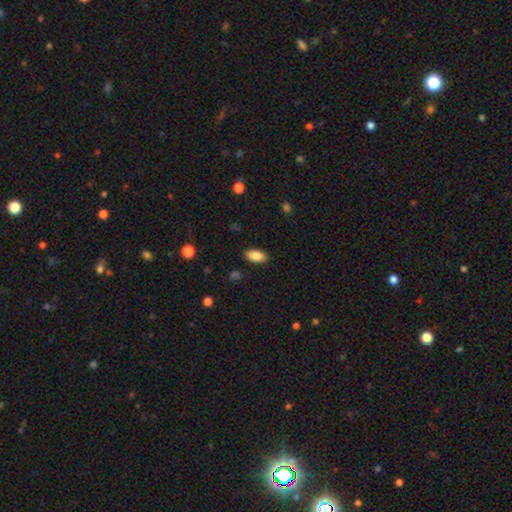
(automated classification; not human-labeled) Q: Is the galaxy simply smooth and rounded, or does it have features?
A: smooth — 87%.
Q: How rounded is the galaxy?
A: in between — 92%.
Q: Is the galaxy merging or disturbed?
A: none — 88%.